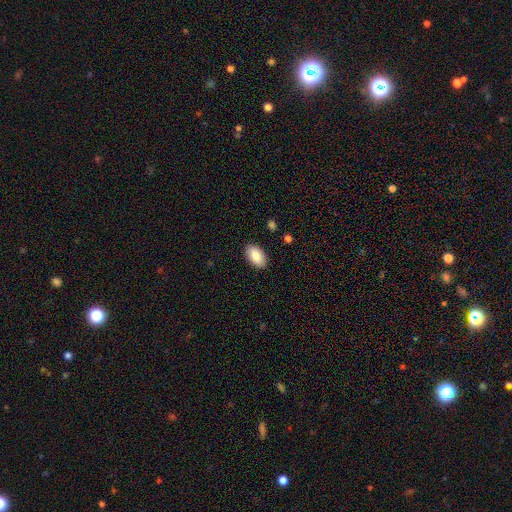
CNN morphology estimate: Smooth or featured? Predicted: smooth (p=0.86). How rounded? Predicted: in between (p=0.95). Merging? Predicted: none (p=0.89).